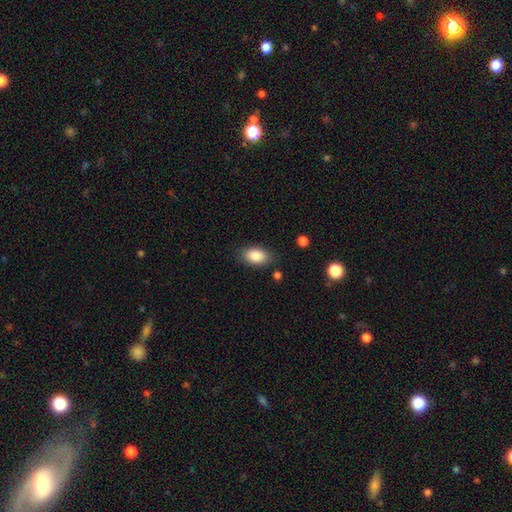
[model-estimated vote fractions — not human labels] smooth-or-featured: smooth: 87% | star or artifact: 7% | featured or disk: 6%
  how-rounded: in between: 90% | round: 8% | cigar-shaped: 2%
  merging: none: 83% | minor disturbance: 12% | major disturbance: 3% | merger: 2%